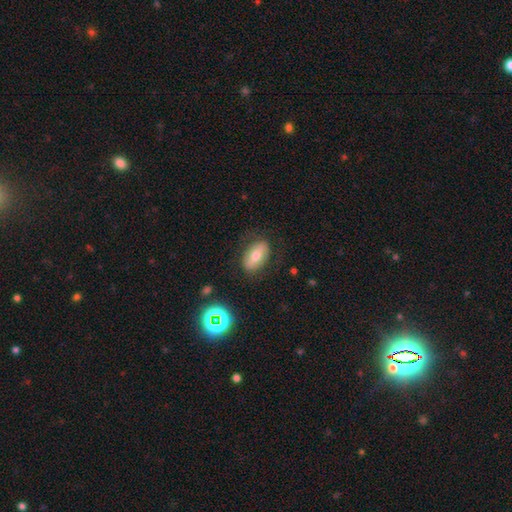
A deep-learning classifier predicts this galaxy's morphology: smooth 58%, featured or disk 32%, star or artifact 11%. Down the decision tree: how rounded — in between (89%); merging — none (79%).